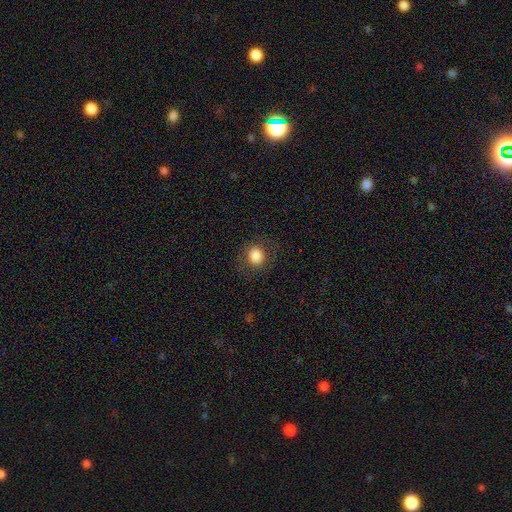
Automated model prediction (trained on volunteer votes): A smooth galaxy with no disk features (84%) that is round (82%).

Vote fractions:
- Smooth or featured? smooth: 84% / star or artifact: 10% / featured or disk: 7%
- How rounded? round: 82% / in between: 17% / cigar-shaped: 1%
- Merging? none: 84% / minor disturbance: 10% / major disturbance: 5% / merger: 1%